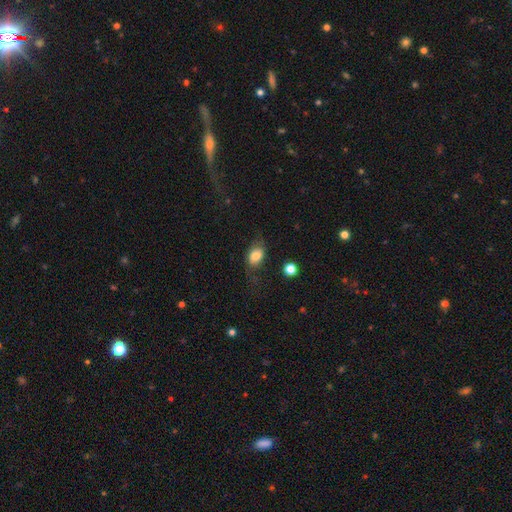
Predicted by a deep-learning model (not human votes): smooth 75%, featured or disk 16%, star or artifact 9%. Down the decision tree: how rounded — in between (77%); merging — none (57%).